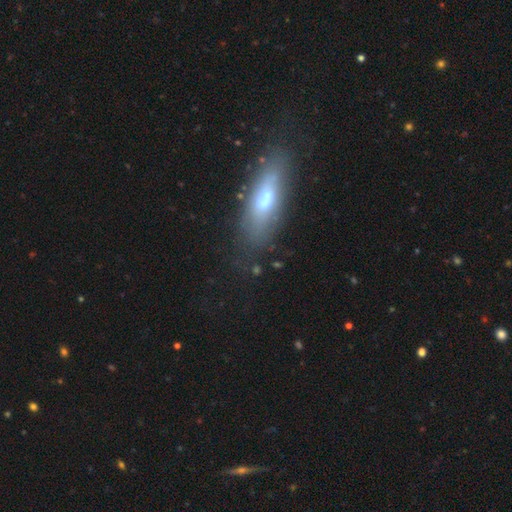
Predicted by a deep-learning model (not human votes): Smooth or featured?
  - smooth: 48% *
  - featured or disk: 39%
  - star or artifact: 13%
Merging?
  - none: 79% *
  - minor disturbance: 15%
  - major disturbance: 5%
  - merger: 2%